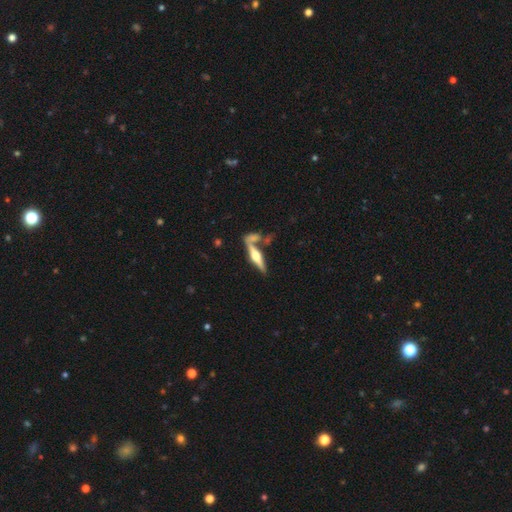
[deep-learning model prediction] Overall: featured or disk (71%). Edge-on disk: yes (96%). Edge-on bulge: rounded (93%). Merging: none (60%; merger 24%).